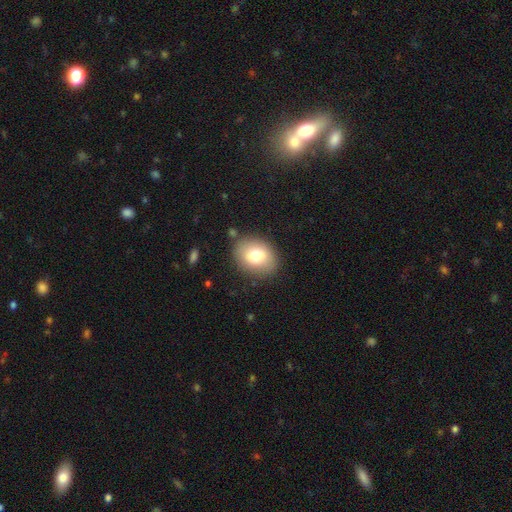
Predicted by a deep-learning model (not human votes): Q: Smooth or featured?
A: smooth (75%); runner-up: featured or disk (17%)
Q: How rounded?
A: in between (58%); runner-up: round (41%)
Q: Merging?
A: none (82%); runner-up: minor disturbance (11%)